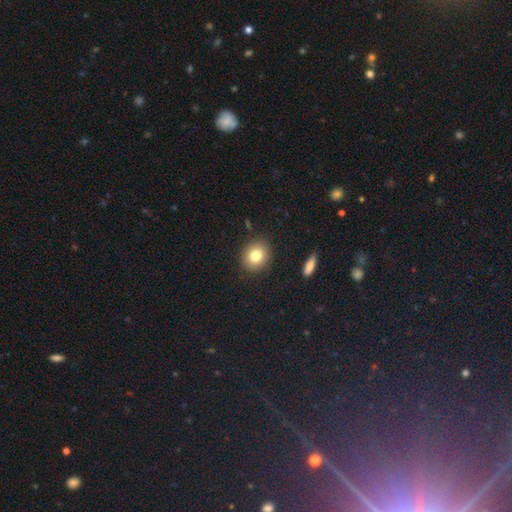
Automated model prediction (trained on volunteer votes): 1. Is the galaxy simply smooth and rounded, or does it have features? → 80% smooth, 10% star or artifact, 10% featured or disk.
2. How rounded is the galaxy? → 74% round, 25% in between, 1% cigar-shaped.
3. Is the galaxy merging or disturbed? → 88% none, 8% minor disturbance, 2% major disturbance, 2% merger.